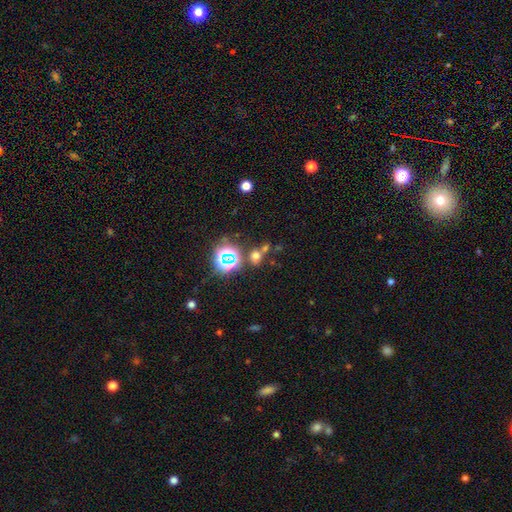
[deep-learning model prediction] Smooth or featured: smooth — 53% (star or artifact — 38%)
How rounded: round — 64% (in between — 34%)
Merging: none — 59% (merger — 24%)